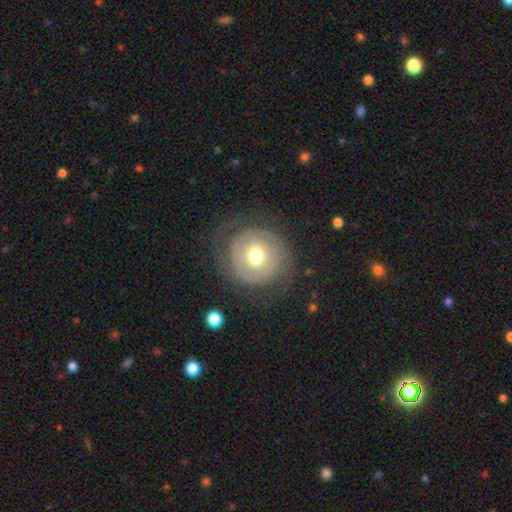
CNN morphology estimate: featured or disk 68%, smooth 26%, star or artifact 7%. Down the decision tree: edge-on disk — no (97%); bar — no (69%); spiral arms — yes (70%); bulge size — moderate (75%); merging — none (76%).